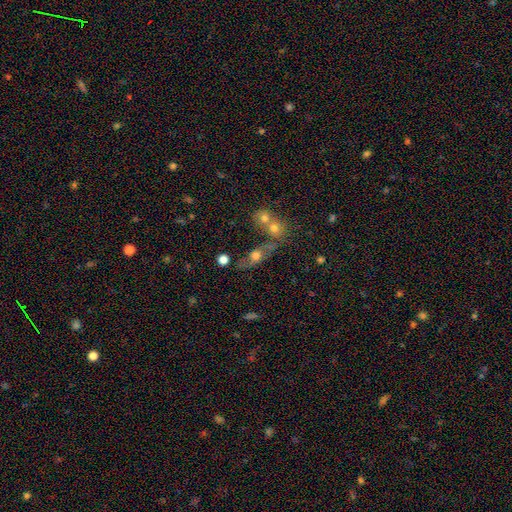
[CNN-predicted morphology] Smooth or featured?
  - smooth: 51% *
  - featured or disk: 36%
  - star or artifact: 13%
How rounded?
  - in between: 59% *
  - round: 24%
  - cigar-shaped: 17%
Merging?
  - none: 52% *
  - merger: 23%
  - minor disturbance: 16%
  - major disturbance: 8%